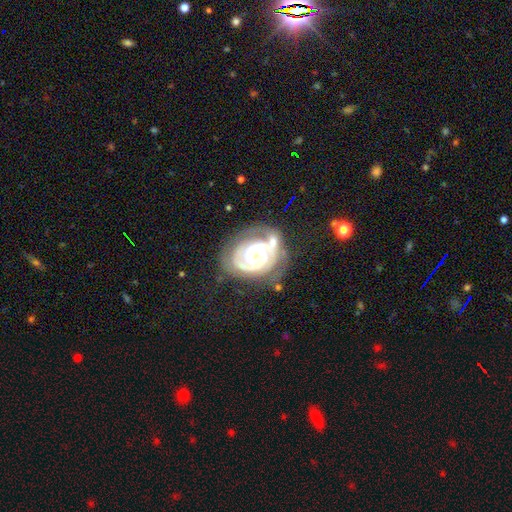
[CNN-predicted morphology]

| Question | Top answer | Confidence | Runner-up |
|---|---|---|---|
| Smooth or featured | featured or disk | 90% | smooth (5%) |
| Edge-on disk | no | 98% | yes (2%) |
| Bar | no | 61% | weak (29%) |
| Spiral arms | yes | 98% | no (2%) |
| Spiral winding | tight | 74% | medium (23%) |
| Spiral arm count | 2 | 64% | 3 (17%) |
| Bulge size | moderate | 47% | tied: small (47%) |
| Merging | none | 60% | minor disturbance (20%) |